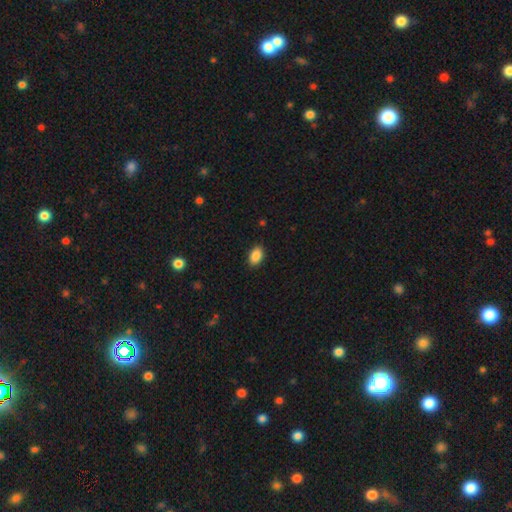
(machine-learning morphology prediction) Overall: smooth (89%). How rounded: in between (89%). Merging: none (89%).